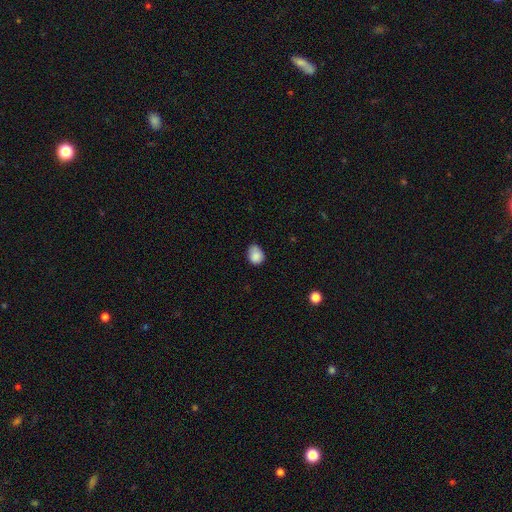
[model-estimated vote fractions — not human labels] Q: Smooth or featured?
A: smooth (86%); runner-up: star or artifact (9%)
Q: How rounded?
A: round (50%); runner-up: in between (49%)
Q: Merging?
A: none (56%); runner-up: minor disturbance (35%)